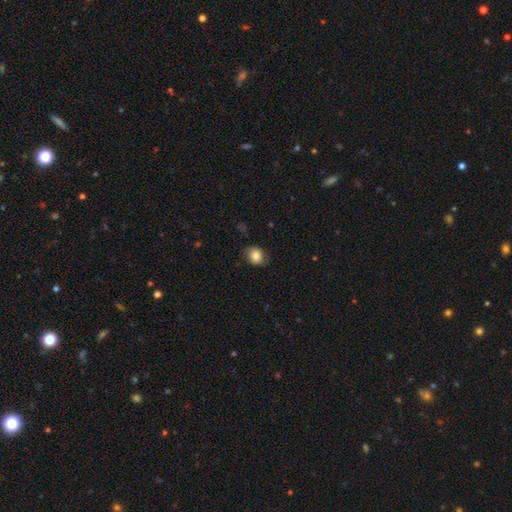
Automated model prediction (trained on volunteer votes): Q: Smooth or featured?
A: smooth (81%); runner-up: featured or disk (9%)
Q: How rounded?
A: round (57%); runner-up: in between (42%)
Q: Merging?
A: none (80%); runner-up: minor disturbance (16%)